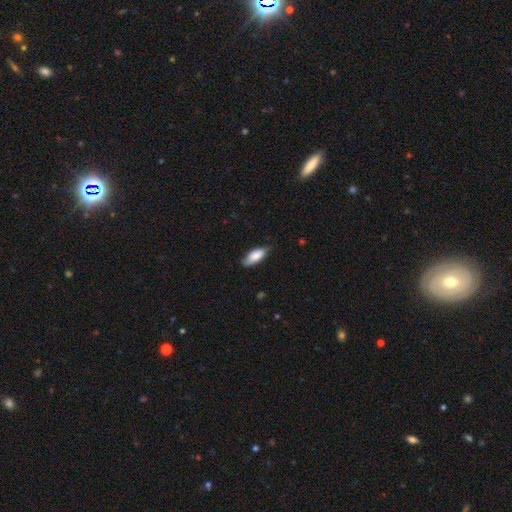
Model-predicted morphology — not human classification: This is clearly a smooth galaxy (81%). How rounded: likely in between (78%). Merging: likely none (72%).